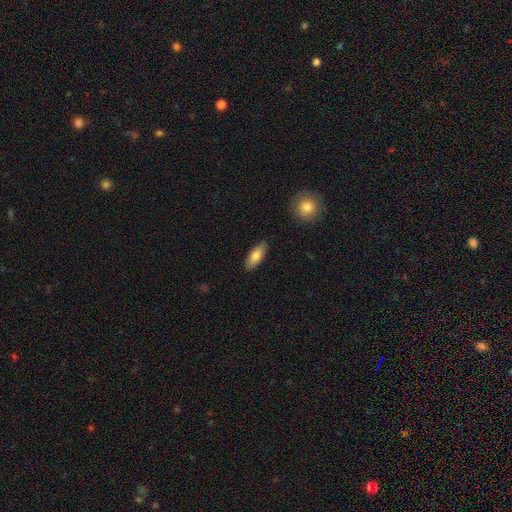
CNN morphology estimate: smooth-or-featured: smooth: 76% | featured or disk: 17% | star or artifact: 6%
  how-rounded: in between: 74% | cigar-shaped: 23% | round: 2%
  merging: none: 88% | minor disturbance: 9% | major disturbance: 2% | merger: 1%